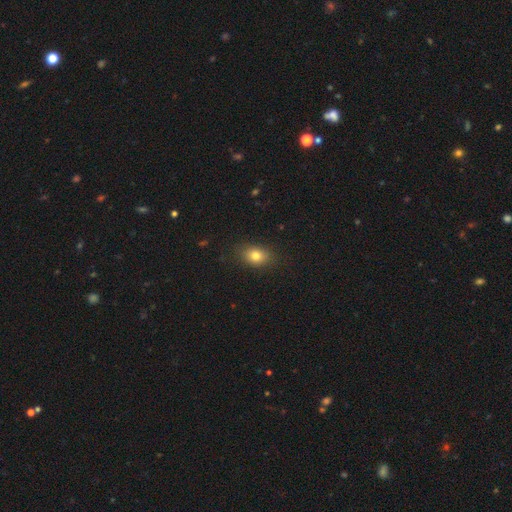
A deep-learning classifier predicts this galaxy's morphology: This is clearly a smooth galaxy (80%). How rounded: likely in between (71%). Merging: clearly none (85%).